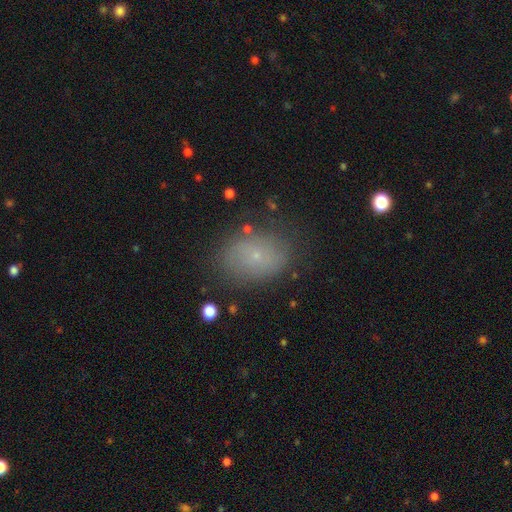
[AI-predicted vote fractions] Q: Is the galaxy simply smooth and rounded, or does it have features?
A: smooth — 62%.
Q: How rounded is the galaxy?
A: in between — 74%.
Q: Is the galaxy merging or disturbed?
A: none — 78%.